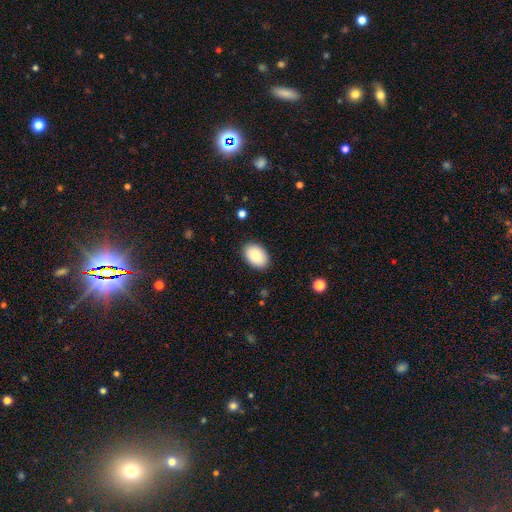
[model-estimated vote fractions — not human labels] smooth_or_featured: smooth (p=0.87) [alt: featured or disk p=0.07]
how_rounded: in between (p=0.87) [alt: round p=0.12]
merging: none (p=0.88) [alt: minor disturbance p=0.09]